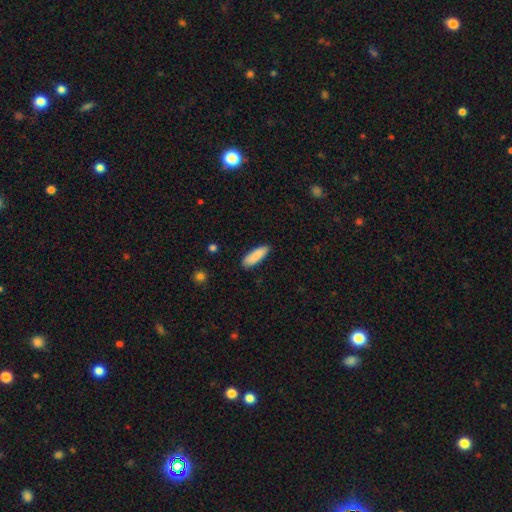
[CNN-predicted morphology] smooth_or_featured: smooth (p=0.89) [alt: star or artifact p=0.06]
how_rounded: in between (p=0.56) [alt: cigar-shaped p=0.43]
merging: none (p=0.86) [alt: minor disturbance p=0.11]